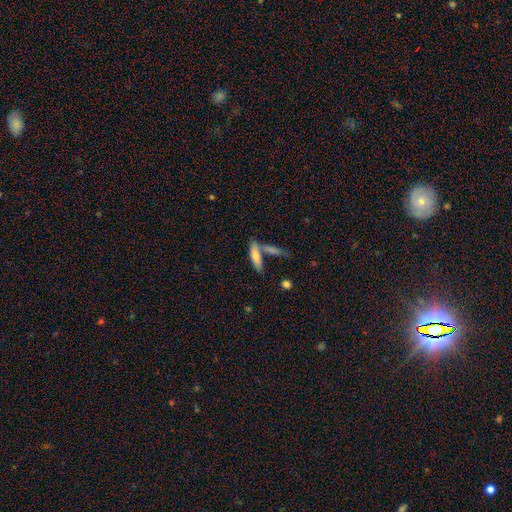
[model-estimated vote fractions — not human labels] Q: Smooth or featured?
A: smooth (74%); runner-up: featured or disk (19%)
Q: How rounded?
A: cigar-shaped (60%); runner-up: in between (38%)
Q: Merging?
A: none (49%); runner-up: merger (36%)